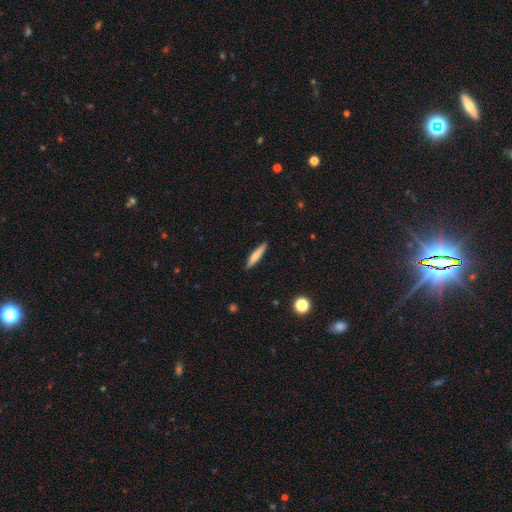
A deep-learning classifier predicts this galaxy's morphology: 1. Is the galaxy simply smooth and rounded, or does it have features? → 70% smooth, 24% featured or disk, 7% star or artifact.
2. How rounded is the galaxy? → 90% cigar-shaped, 8% in between, 2% round.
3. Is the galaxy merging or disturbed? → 90% none, 7% minor disturbance, 2% major disturbance, 1% merger.